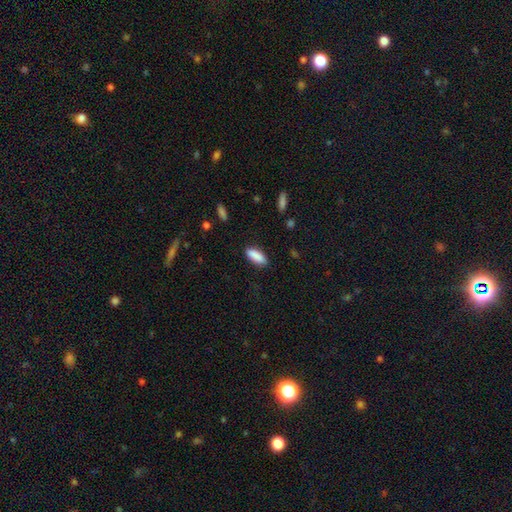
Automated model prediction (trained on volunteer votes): smooth 89%, star or artifact 6%, featured or disk 5%. Down the decision tree: how rounded — in between (70%); merging — none (86%).